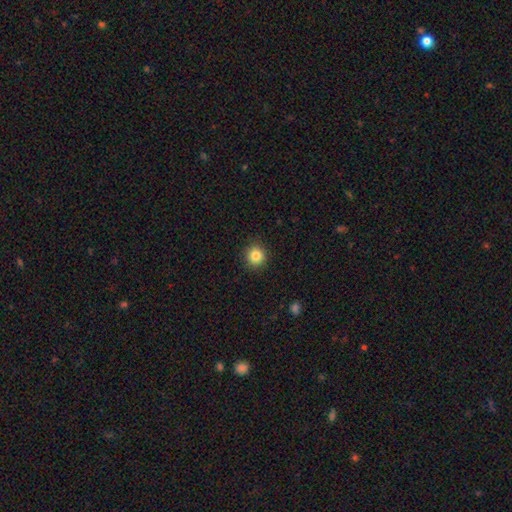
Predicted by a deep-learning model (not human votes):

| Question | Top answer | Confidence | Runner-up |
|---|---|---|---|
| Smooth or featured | smooth | 84% | star or artifact (11%) |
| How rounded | round | 92% | in between (7%) |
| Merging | none | 92% | minor disturbance (6%) |